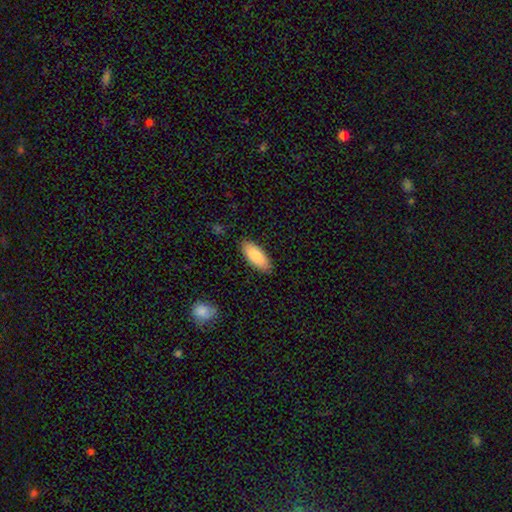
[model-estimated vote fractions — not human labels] Smooth or featured? Predicted: smooth (p=0.88). How rounded? Predicted: in between (p=0.86). Merging? Predicted: none (p=0.86).